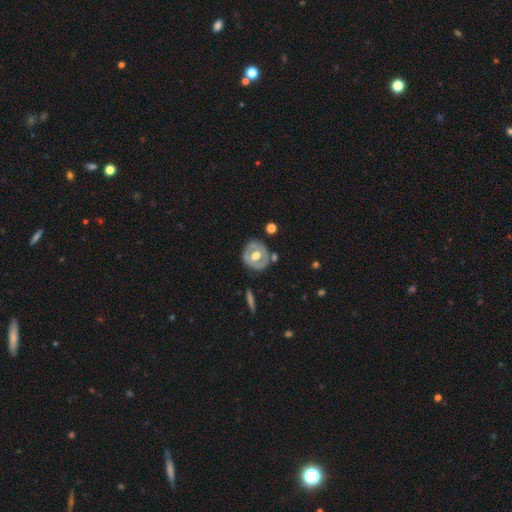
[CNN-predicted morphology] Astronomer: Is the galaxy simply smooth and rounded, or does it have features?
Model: featured or disk — 59% (runner-up: smooth, 36%).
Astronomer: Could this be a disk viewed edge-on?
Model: no — 93%.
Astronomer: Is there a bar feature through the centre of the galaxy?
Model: no — 71%.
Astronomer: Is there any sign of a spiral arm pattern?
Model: no — 80%.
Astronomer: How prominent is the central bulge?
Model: moderate — 68%.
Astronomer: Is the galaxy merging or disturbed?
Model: none — 74%.